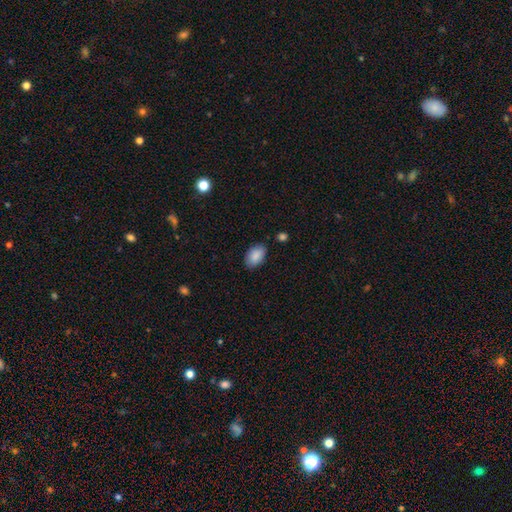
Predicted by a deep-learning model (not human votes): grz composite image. It shows a smooth galaxy with no disk features (89%) that is in between round and cigar-shaped (92%). Merging: none (80%).